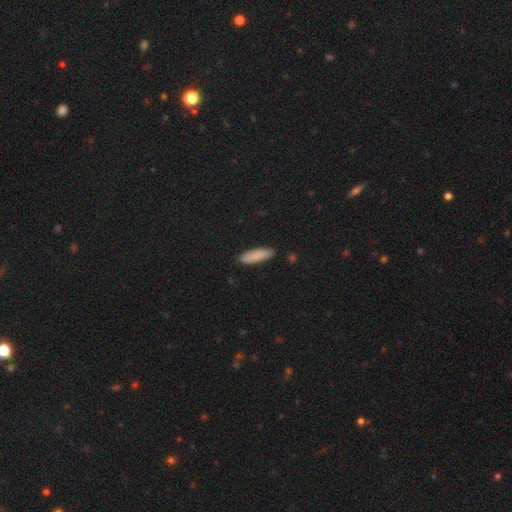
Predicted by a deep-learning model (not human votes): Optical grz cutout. It shows a smooth galaxy with no disk features (86%) that is cigar-shaped (54%). Merging: none (88%).